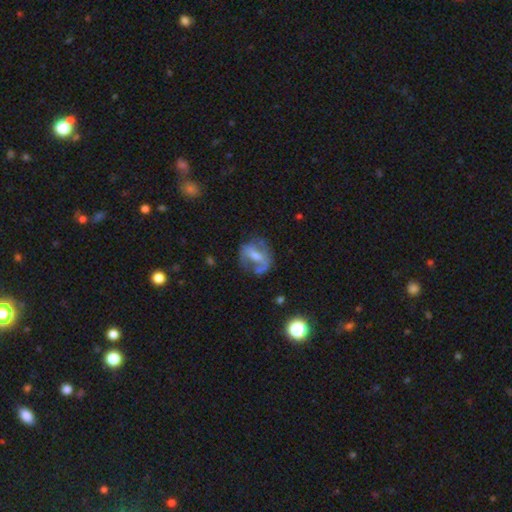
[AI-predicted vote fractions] Q: Smooth or featured?
A: featured or disk (58%); runner-up: smooth (33%)
Q: Edge-on disk?
A: no (94%); runner-up: yes (6%)
Q: Bar?
A: weak (40%); runner-up: no (32%)
Q: Spiral arms?
A: yes (51%); runner-up: no (49%)
Q: Bulge size?
A: moderate (48%); runner-up: small (35%)
Q: Merging?
A: none (48%); runner-up: minor disturbance (24%)